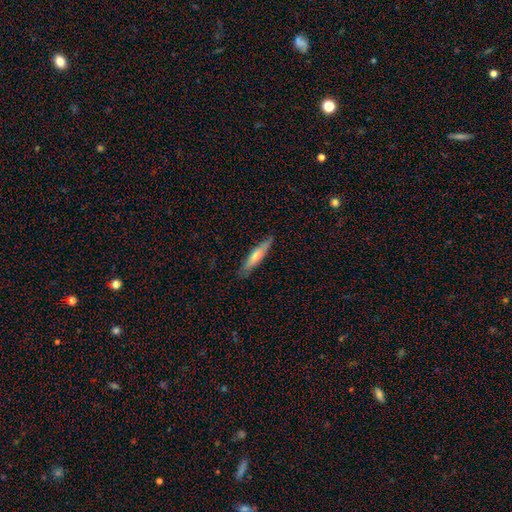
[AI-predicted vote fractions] This is likely a smooth galaxy (64%). How rounded: clearly cigar-shaped (86%). Merging: clearly none (84%).